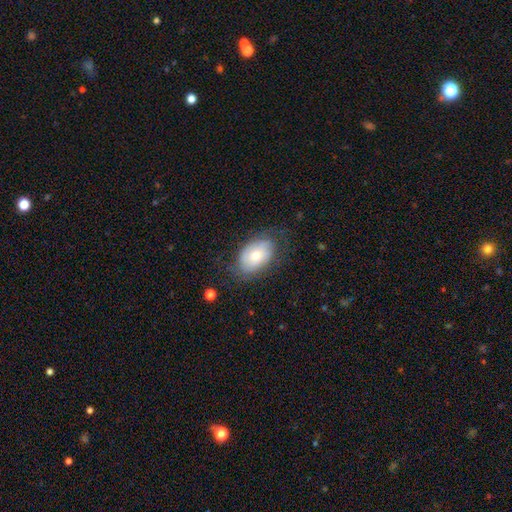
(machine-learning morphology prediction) Smooth or featured? smooth (62%)
How rounded? in between (89%)
Merging? none (66%)